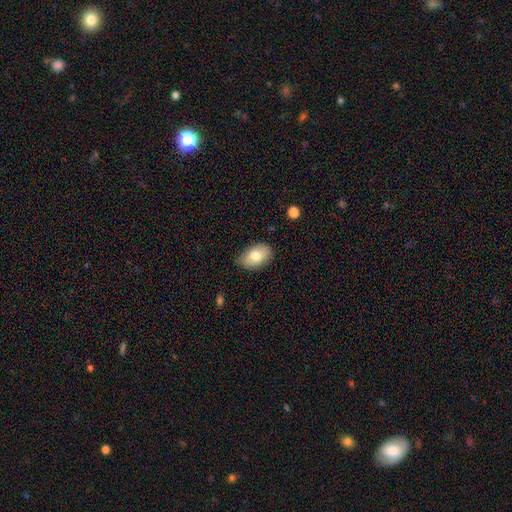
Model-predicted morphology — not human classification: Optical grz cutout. It shows a smooth galaxy with no disk features (76%) that is in between round and cigar-shaped (90%). Merging: none (78%).